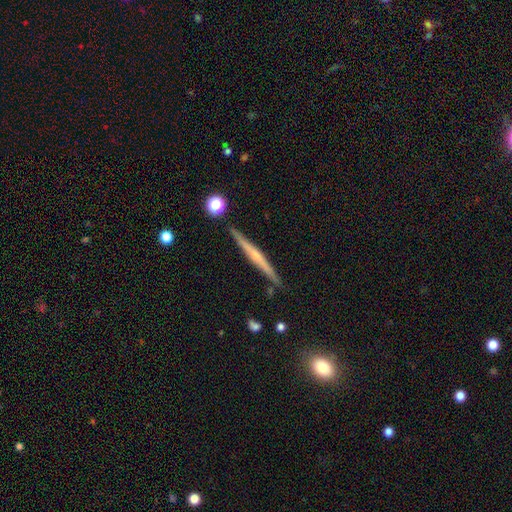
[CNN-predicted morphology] Smooth or featured?
  - featured or disk: 67% *
  - smooth: 26%
  - star or artifact: 7%
Edge-on disk?
  - yes: 98% *
  - no: 2%
Edge-on bulge?
  - rounded: 58% *
  - none: 35%
  - boxy: 7%
Merging?
  - none: 89% *
  - minor disturbance: 8%
  - merger: 2%
  - major disturbance: 2%